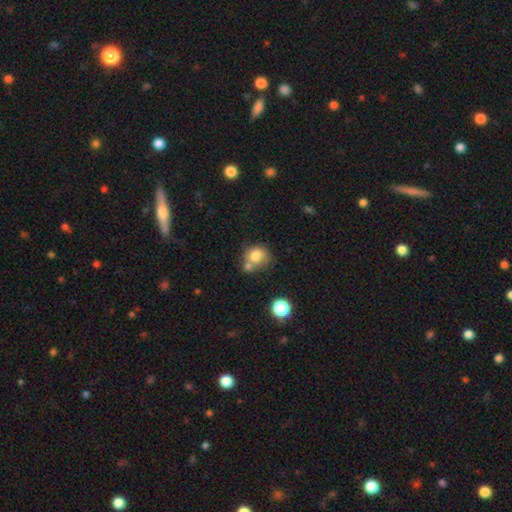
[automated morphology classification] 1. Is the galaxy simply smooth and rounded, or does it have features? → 77% smooth, 13% featured or disk, 10% star or artifact.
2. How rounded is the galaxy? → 79% round, 20% in between, 1% cigar-shaped.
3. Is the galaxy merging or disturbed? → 40% merger, 39% none, 14% minor disturbance, 6% major disturbance.